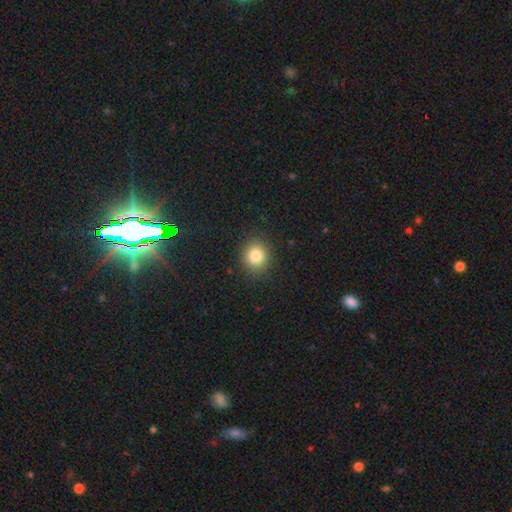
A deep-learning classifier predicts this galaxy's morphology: Smooth or featured?
  - smooth: 82% *
  - star or artifact: 11%
  - featured or disk: 7%
How rounded?
  - round: 80% *
  - in between: 19%
  - cigar-shaped: 1%
Merging?
  - none: 88% *
  - minor disturbance: 8%
  - major disturbance: 3%
  - merger: 1%